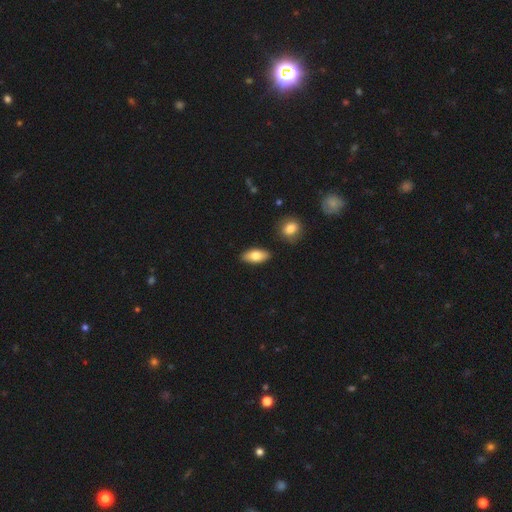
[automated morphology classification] Smooth or featured? Predicted: smooth (p=0.78). How rounded? Predicted: in between (p=0.88). Merging? Predicted: none (p=0.87).